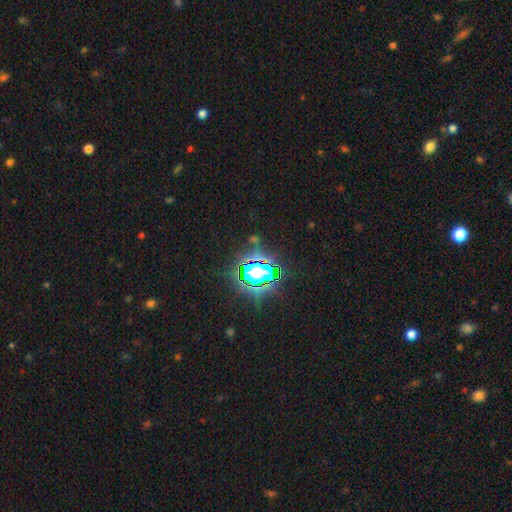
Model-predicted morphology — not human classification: Smooth or featured? Predicted: star or artifact (p=0.82).